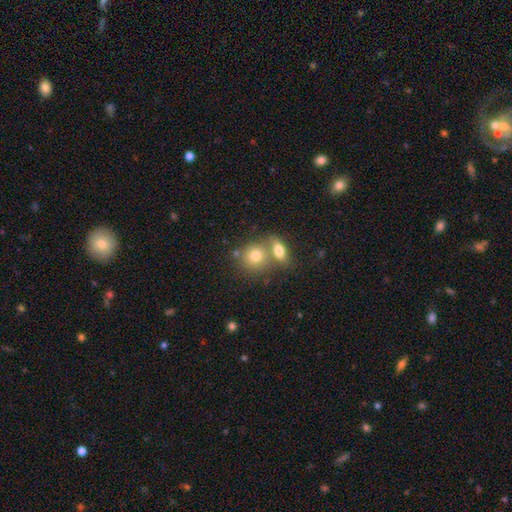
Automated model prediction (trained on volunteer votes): smooth-or-featured: smooth: 75% | featured or disk: 15% | star or artifact: 10%
  how-rounded: round: 71% | in between: 27% | cigar-shaped: 2%
  merging: merger: 47% | none: 42% | minor disturbance: 8% | major disturbance: 3%